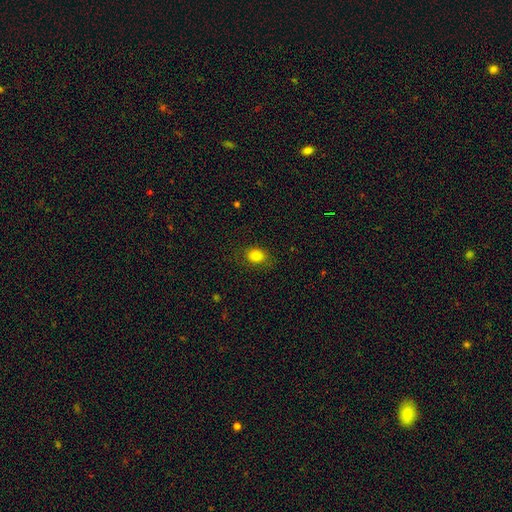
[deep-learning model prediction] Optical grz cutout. It shows a smooth galaxy with no disk features (83%) that is in between round and cigar-shaped (58%). Merging: none (80%).